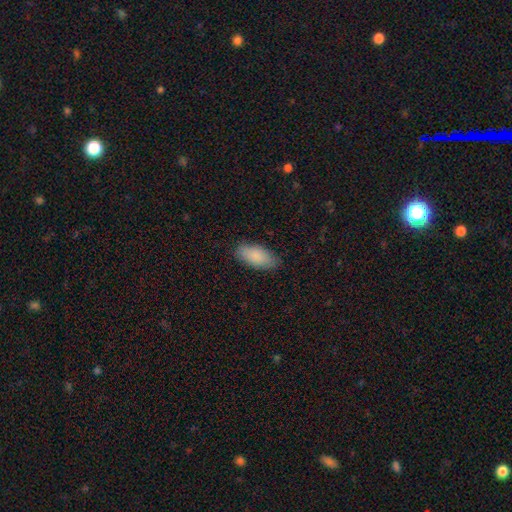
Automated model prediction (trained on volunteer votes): Smooth or featured? smooth (88%)
How rounded? in between (89%)
Merging? none (85%)